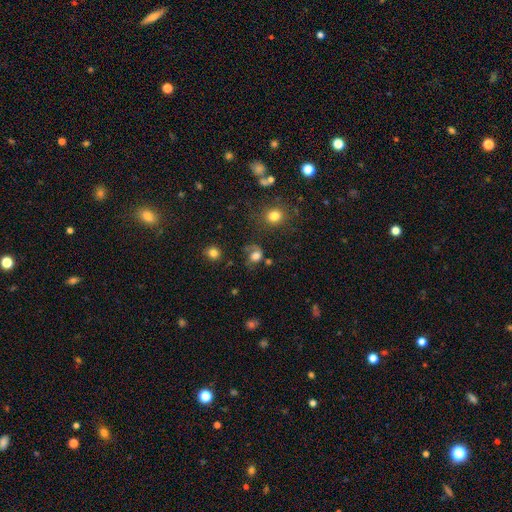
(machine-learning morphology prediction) type=smooth (65%); roundness=round (58%); merging=none (40%).